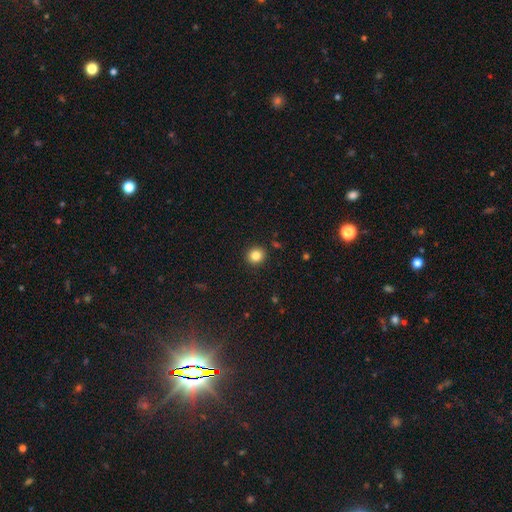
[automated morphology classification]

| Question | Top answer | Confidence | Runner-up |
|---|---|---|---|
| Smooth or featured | smooth | 84% | star or artifact (11%) |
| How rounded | round | 90% | in between (9%) |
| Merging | none | 92% | minor disturbance (5%) |